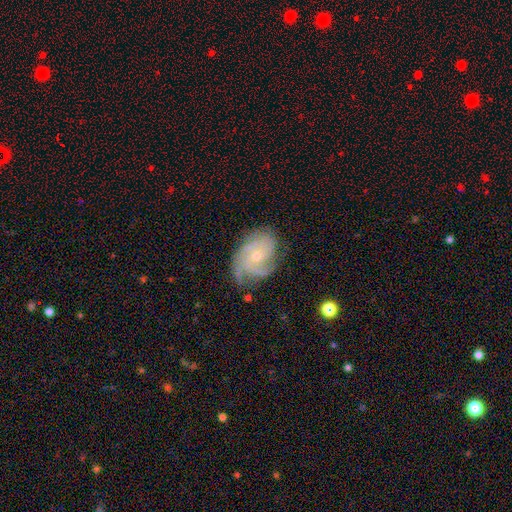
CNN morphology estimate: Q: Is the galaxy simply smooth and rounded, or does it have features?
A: featured or disk — 86%.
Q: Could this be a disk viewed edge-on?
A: no — 97%.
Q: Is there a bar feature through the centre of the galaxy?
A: no — 70%.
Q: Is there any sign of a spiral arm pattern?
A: yes — 97%.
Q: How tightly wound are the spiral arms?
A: tight — 58%.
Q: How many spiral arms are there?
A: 3 — 42%.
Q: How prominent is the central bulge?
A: small — 63%.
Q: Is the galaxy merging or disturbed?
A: none — 69%.